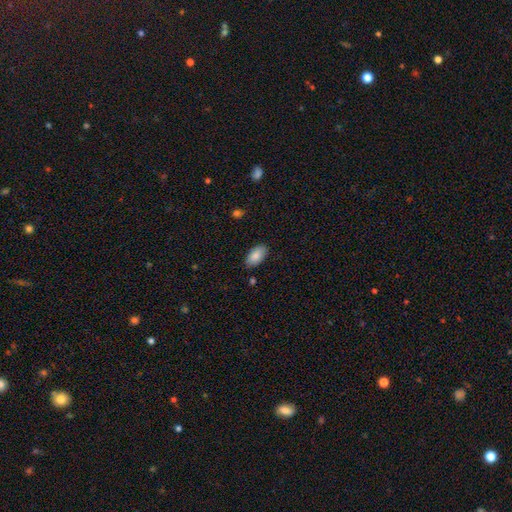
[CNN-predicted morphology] Smooth or featured? smooth (86%)
How rounded? in between (95%)
Merging? none (84%)